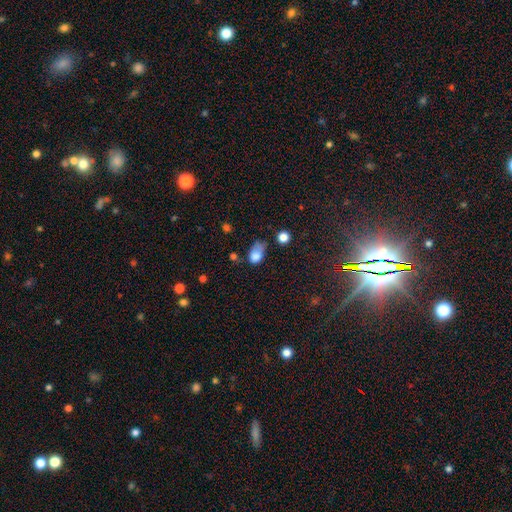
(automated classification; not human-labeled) Morphology: type=smooth (77%); roundness=in between (80%); merging=minor disturbance (36%).